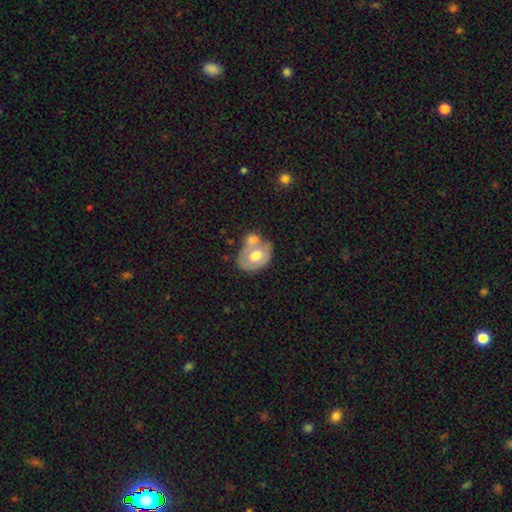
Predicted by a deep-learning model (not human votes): A smooth galaxy with no disk features (51%) that is in between round and cigar-shaped (70%).

Vote fractions:
- Smooth or featured? smooth: 51% / featured or disk: 43% / star or artifact: 6%
- How rounded? in between: 70% / round: 29% / cigar-shaped: 1%
- Merging? merger: 44% / none: 31% / minor disturbance: 16% / major disturbance: 8%